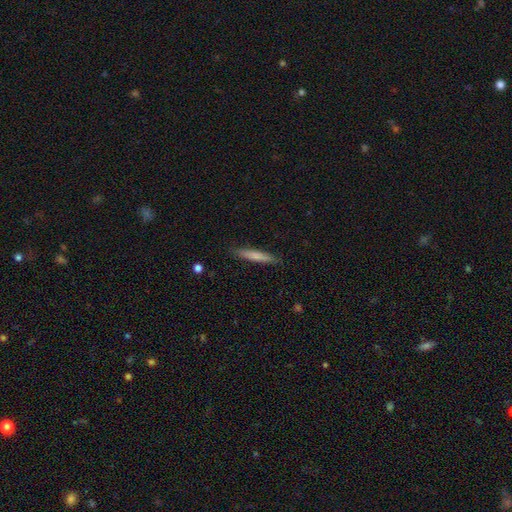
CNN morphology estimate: smooth-or-featured: smooth: 74% | featured or disk: 21% | star or artifact: 6%
  how-rounded: cigar-shaped: 94% | in between: 5% | round: 1%
  merging: none: 88% | minor disturbance: 9% | major disturbance: 2% | merger: 1%